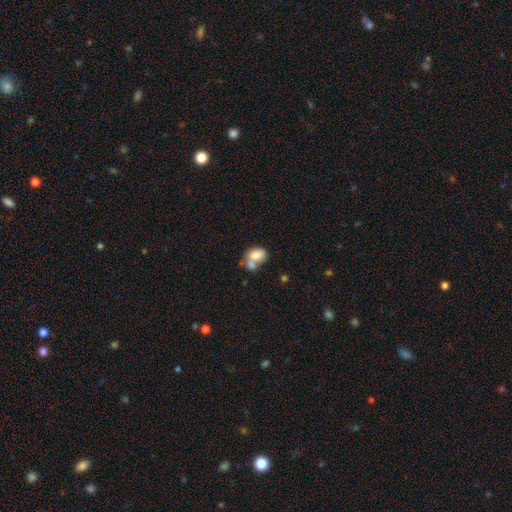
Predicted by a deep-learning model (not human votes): Overall: smooth (75%). How rounded: in between (76%). Merging: merger (55%; none 26%).